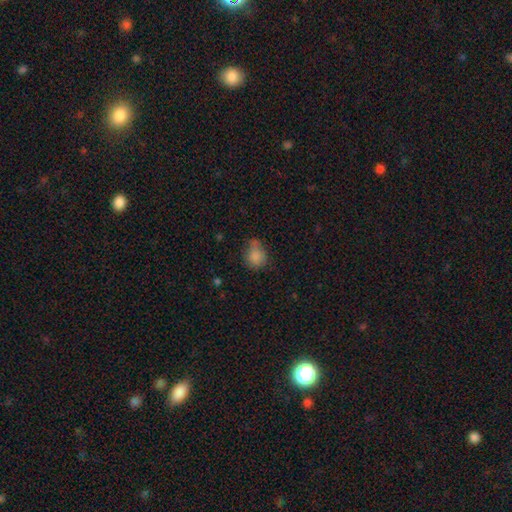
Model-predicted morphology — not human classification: smooth 81%, star or artifact 11%, featured or disk 8%. Down the decision tree: how rounded — round (59%); merging — none (46%).